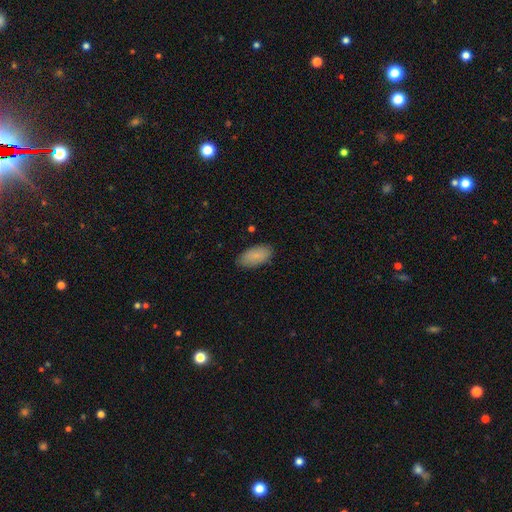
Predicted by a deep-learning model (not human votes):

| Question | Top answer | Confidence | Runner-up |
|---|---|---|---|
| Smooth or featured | smooth | 86% | featured or disk (8%) |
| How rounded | in between | 93% | cigar-shaped (4%) |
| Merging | none | 82% | minor disturbance (14%) |